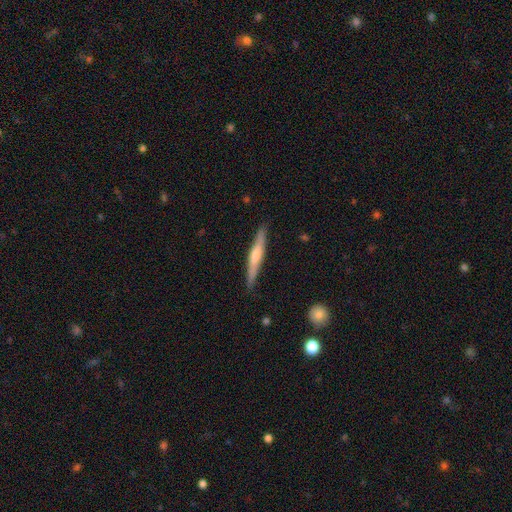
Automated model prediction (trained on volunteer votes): featured or disk 55%, smooth 40%, star or artifact 5%. Down the decision tree: edge-on disk — yes (96%); edge-on bulge — rounded (67%); merging — none (88%).